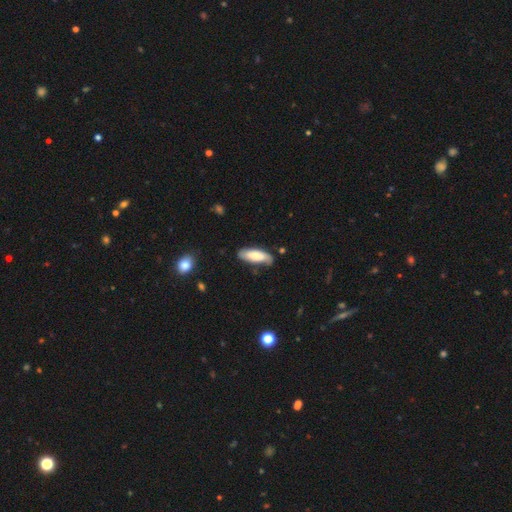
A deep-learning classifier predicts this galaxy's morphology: This appears to be a smooth galaxy with no disk features (69%) that is in between round and cigar-shaped (67%). Merging: none (68%).